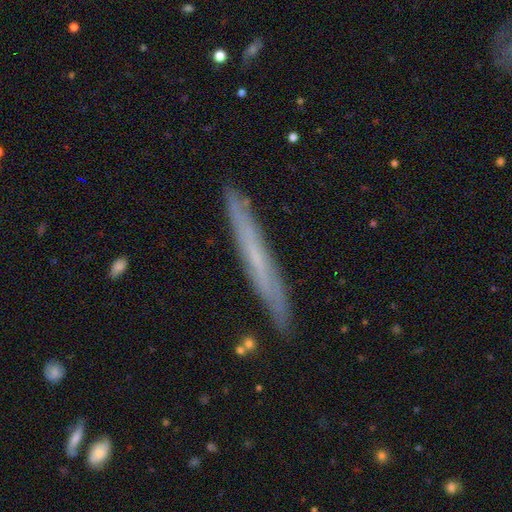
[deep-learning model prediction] smooth_or_featured: featured or disk (p=0.51) [alt: smooth p=0.41]
disk_edge_on: yes (p=0.92) [alt: no p=0.08]
merging: none (p=0.88) [alt: minor disturbance p=0.09]